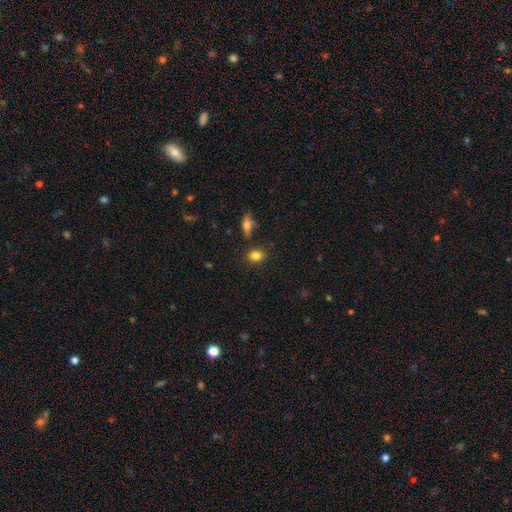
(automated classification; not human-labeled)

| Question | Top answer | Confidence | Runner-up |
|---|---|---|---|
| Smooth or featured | smooth | 83% | star or artifact (10%) |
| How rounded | in between | 59% | round (39%) |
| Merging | none | 81% | minor disturbance (11%) |